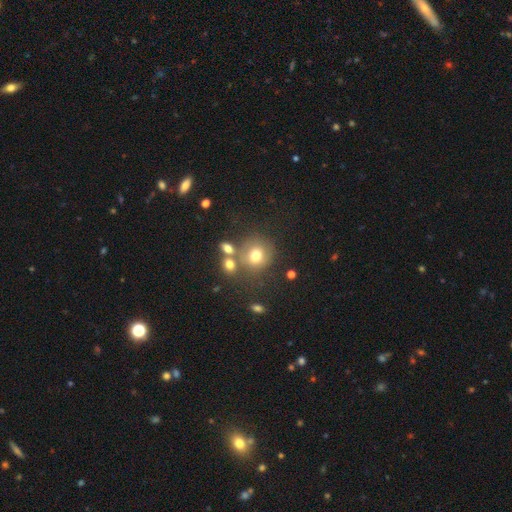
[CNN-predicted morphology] This appears to be a smooth galaxy with no disk features (72%) that is round (82%). Merging: none (62%).